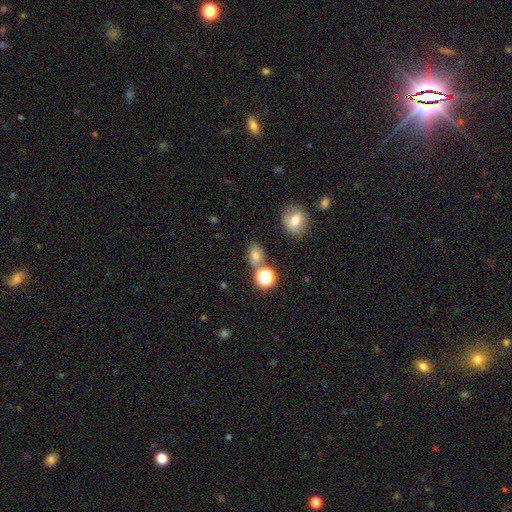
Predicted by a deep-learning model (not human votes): Smooth or featured? Predicted: smooth (p=0.63). How rounded? Predicted: round (p=0.56). Merging? Predicted: none (p=0.72).